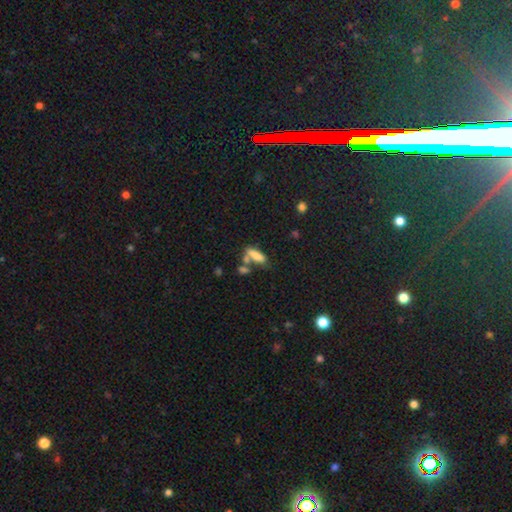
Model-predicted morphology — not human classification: Smooth or featured? smooth (77%)
How rounded? in between (60%)
Merging? none (40%)